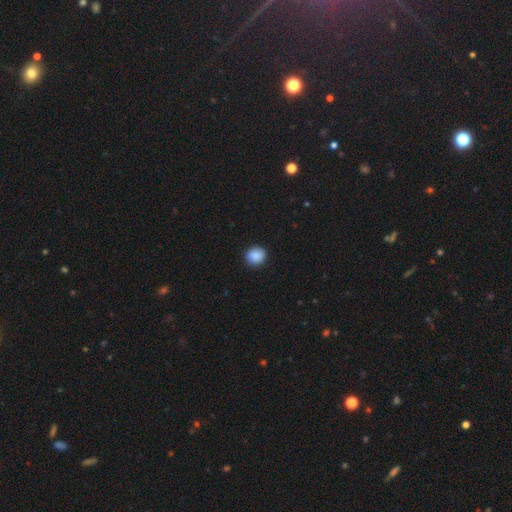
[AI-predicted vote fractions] This is clearly a smooth galaxy (88%). How rounded: clearly round (86%). Merging: clearly none (91%).